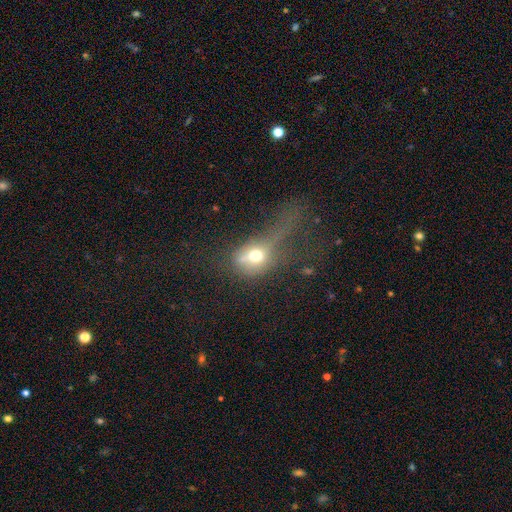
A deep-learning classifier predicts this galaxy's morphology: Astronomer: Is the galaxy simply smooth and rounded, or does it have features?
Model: smooth — 64%.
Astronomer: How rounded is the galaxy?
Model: in between — 52% (runner-up: round, 43%).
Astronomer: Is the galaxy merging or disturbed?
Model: major disturbance — 53%.